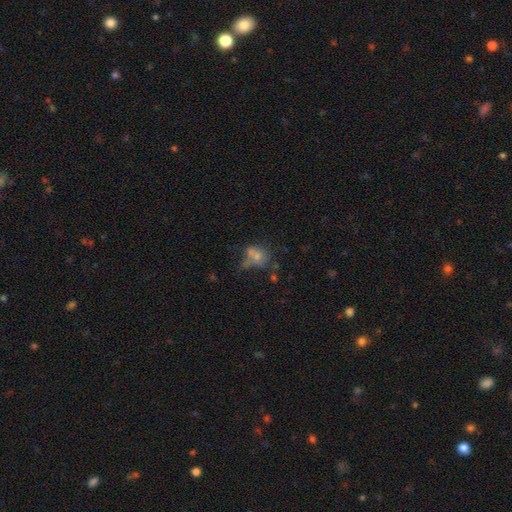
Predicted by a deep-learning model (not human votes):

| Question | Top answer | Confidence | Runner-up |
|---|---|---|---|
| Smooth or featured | smooth | 65% | featured or disk (21%) |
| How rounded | round | 53% | in between (45%) |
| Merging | merger | 36% | none (33%) |